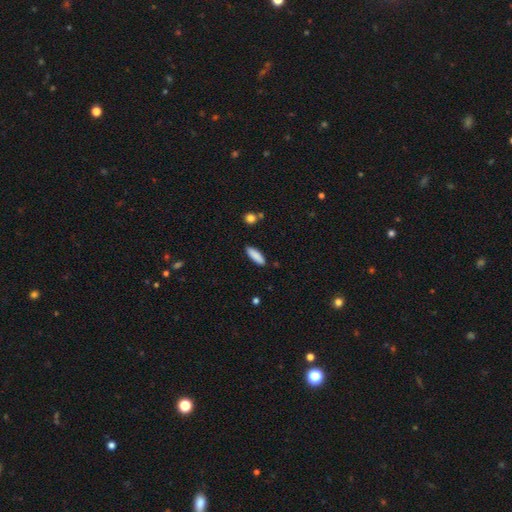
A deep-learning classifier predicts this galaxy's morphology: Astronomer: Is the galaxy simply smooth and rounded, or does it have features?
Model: smooth — 87%.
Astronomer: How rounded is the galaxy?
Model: cigar-shaped — 51% (runner-up: in between, 47%).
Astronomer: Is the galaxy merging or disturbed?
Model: none — 87%.